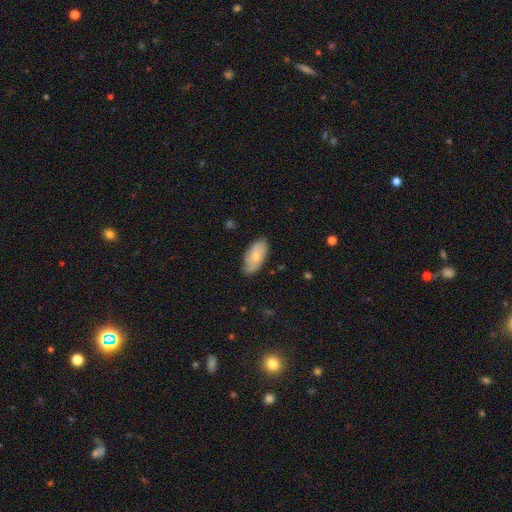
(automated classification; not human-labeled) smooth 62%, featured or disk 32%, star or artifact 6%. Down the decision tree: how rounded — in between (92%); merging — none (78%).